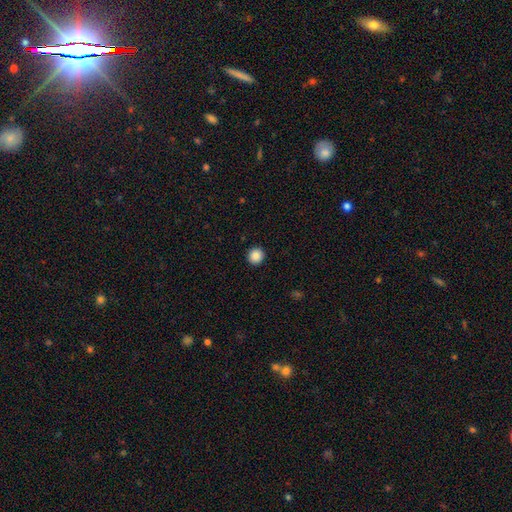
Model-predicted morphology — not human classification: This is clearly a smooth galaxy (88%). How rounded: clearly round (92%). Merging: clearly none (93%).